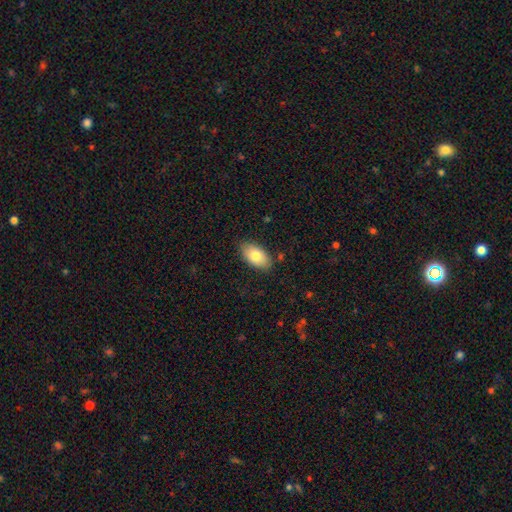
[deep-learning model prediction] This appears to be a smooth galaxy with no disk features (80%) that is in between round and cigar-shaped (94%). Merging: none (84%).